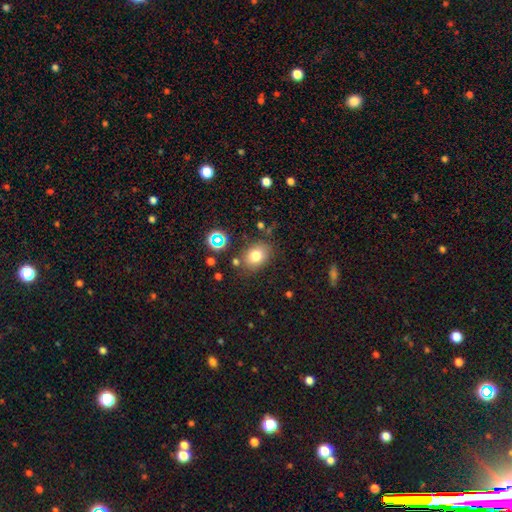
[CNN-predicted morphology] Q: Smooth or featured?
A: smooth (79%); runner-up: star or artifact (12%)
Q: How rounded?
A: in between (62%); runner-up: round (37%)
Q: Merging?
A: none (77%); runner-up: minor disturbance (13%)